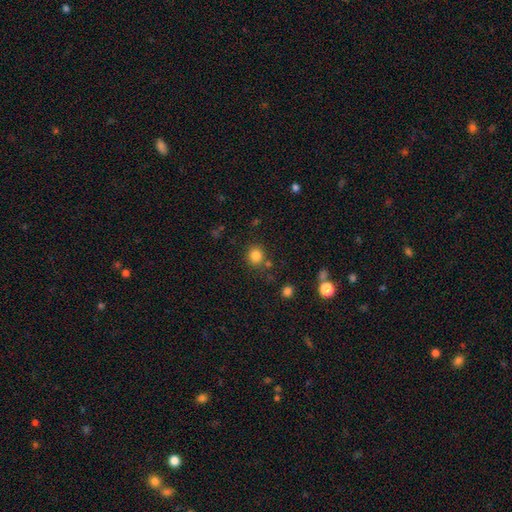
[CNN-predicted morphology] smooth_or_featured: smooth (p=0.83) [alt: star or artifact p=0.12]
how_rounded: round (p=0.87) [alt: in between p=0.12]
merging: none (p=0.80) [alt: minor disturbance p=0.09]